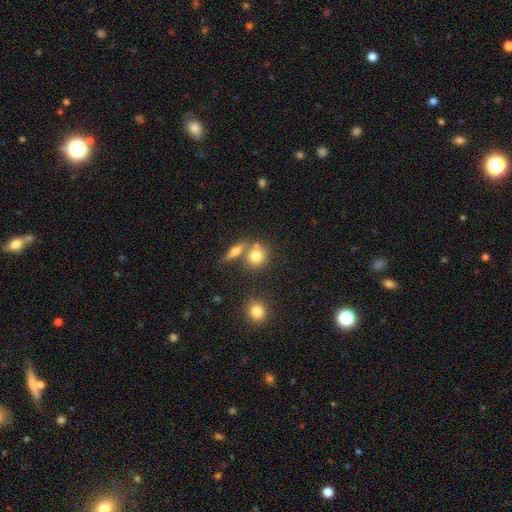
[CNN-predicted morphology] type=smooth (76%); roundness=round (80%); merging=none (58%).